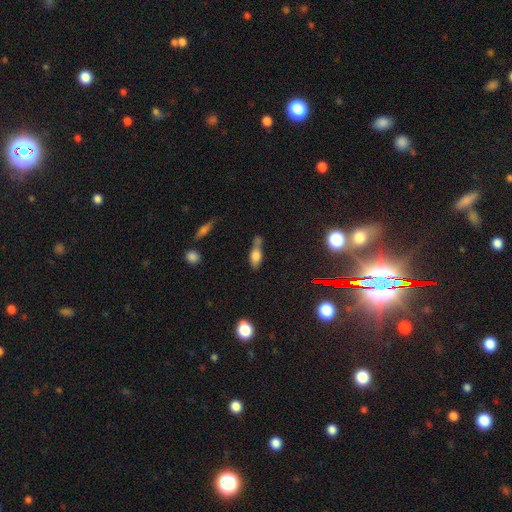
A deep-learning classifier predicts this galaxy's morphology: Smooth or featured: smooth — 70% (featured or disk — 18%)
How rounded: in between — 73% (cigar-shaped — 21%)
Merging: none — 37% (merger — 29%)